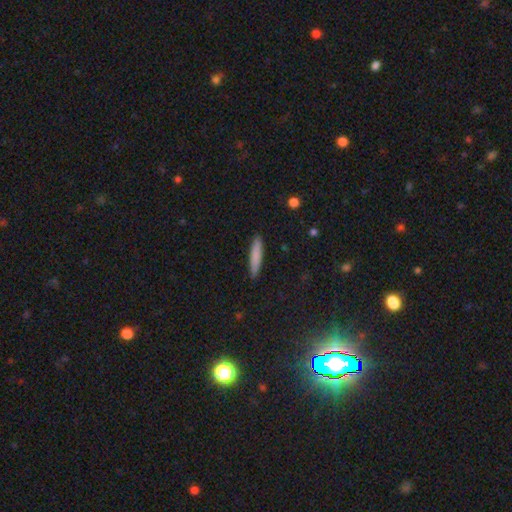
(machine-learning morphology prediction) Overall: smooth (81%). How rounded: cigar-shaped (90%). Merging: none (89%).